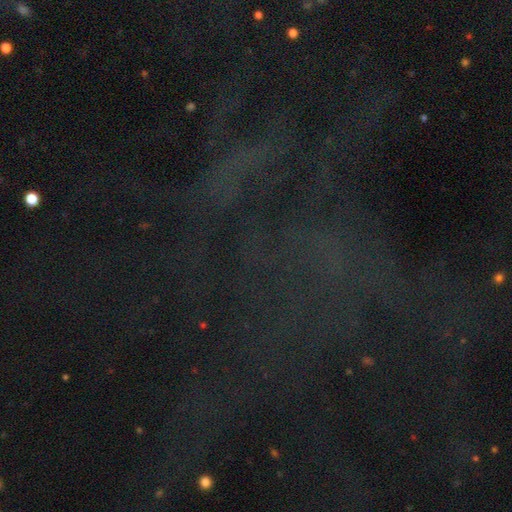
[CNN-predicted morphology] Smooth or featured: star or artifact — 71% (featured or disk — 15%)